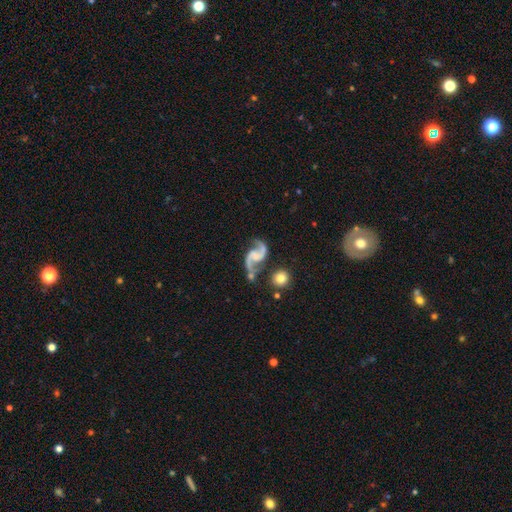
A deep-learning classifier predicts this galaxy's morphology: The model was most divided on "bar": no: 48%, weak: 38%, strong: 13%. Remaining: edge-on disk — no (98%); spiral arms — yes (98%); spiral arm count — 2 (94%); smooth or featured — featured or disk (92%); merging — none (66%); spiral winding — loose (56%); bulge size — none (49%).